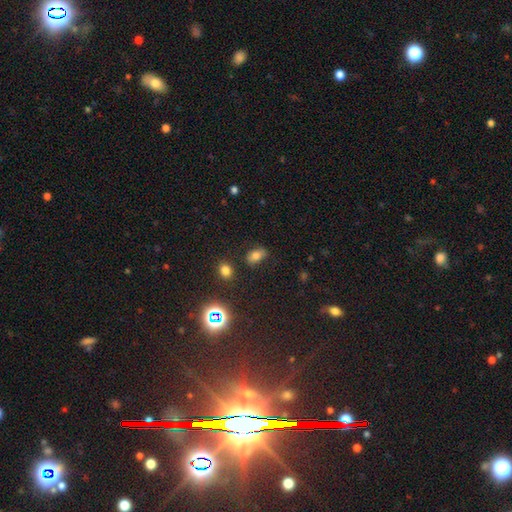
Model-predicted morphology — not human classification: This appears to be a smooth galaxy with no disk features (71%) that is in between round and cigar-shaped (84%). Merging: none (71%).